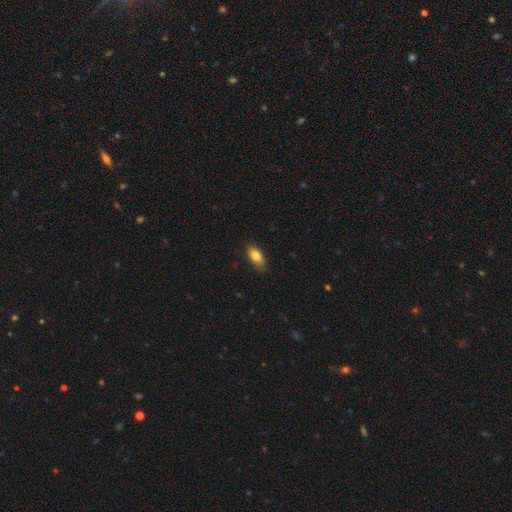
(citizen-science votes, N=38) Q: Smooth or featured?
A: smooth (84%); runner-up: featured or disk (13%)
Q: How rounded?
A: in between (84%); runner-up: cigar-shaped (12%)
Q: Merging?
A: none (78%); runner-up: minor disturbance (14%)